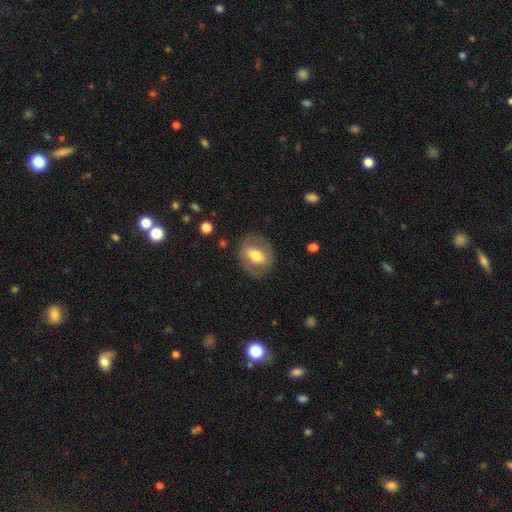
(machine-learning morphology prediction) Smooth or featured?
  - featured or disk: 48% *
  - smooth: 45%
  - star or artifact: 7%
Merging?
  - none: 79% *
  - minor disturbance: 13%
  - major disturbance: 7%
  - merger: 1%